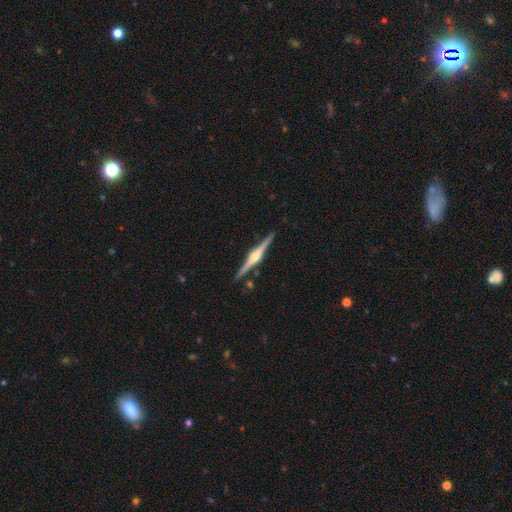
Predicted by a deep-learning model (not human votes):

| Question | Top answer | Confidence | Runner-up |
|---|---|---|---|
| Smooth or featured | featured or disk | 84% | smooth (11%) |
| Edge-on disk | yes | 98% | no (2%) |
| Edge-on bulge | rounded | 90% | boxy (8%) |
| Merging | none | 89% | minor disturbance (7%) |